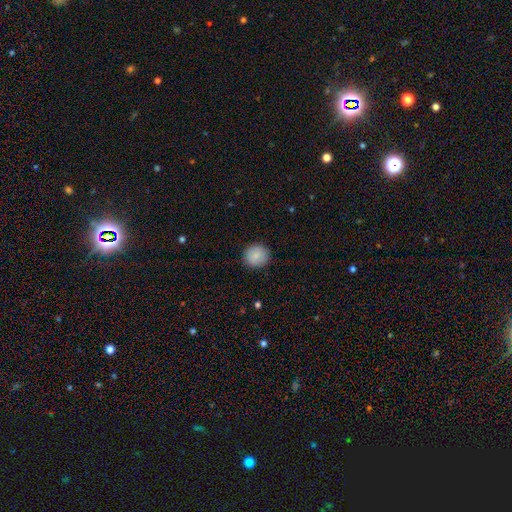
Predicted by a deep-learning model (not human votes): Smooth or featured?
  - smooth: 86% *
  - star or artifact: 8%
  - featured or disk: 6%
How rounded?
  - round: 91% *
  - in between: 8%
  - cigar-shaped: 1%
Merging?
  - none: 90% *
  - minor disturbance: 7%
  - major disturbance: 2%
  - merger: 1%